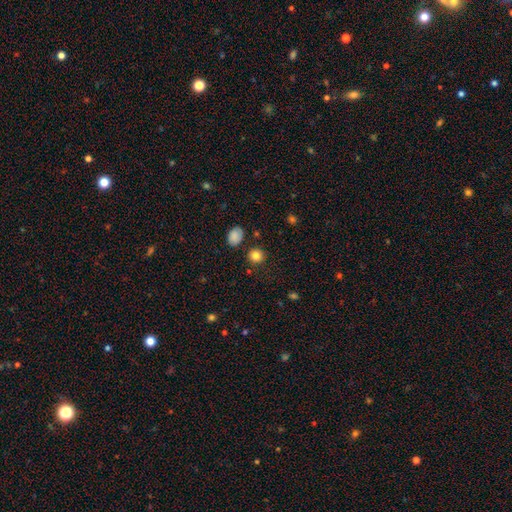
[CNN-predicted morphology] This is clearly a smooth galaxy (83%). How rounded: clearly round (89%). Merging: clearly none (87%).